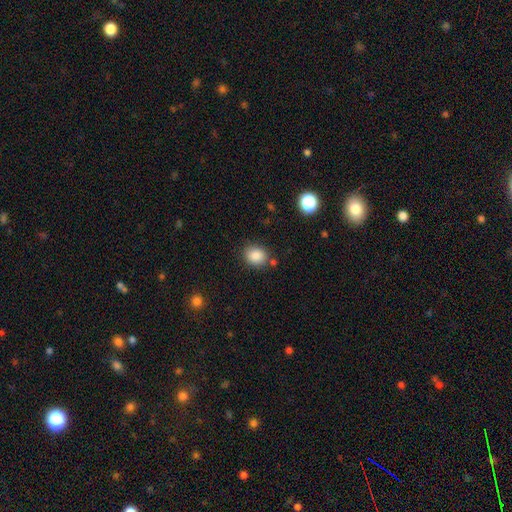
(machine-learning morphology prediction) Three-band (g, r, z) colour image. It shows a smooth galaxy with no disk features (86%) that is round (61%). Merging: none (79%).